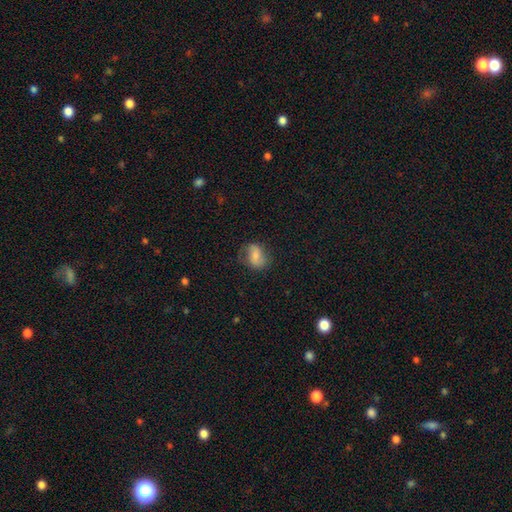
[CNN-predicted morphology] Overall: smooth (60%; featured or disk 32%). How rounded: in between (69%). Merging: none (61%; minor disturbance 24%).